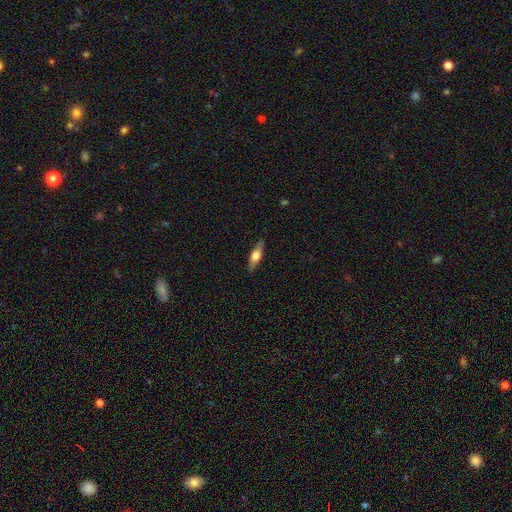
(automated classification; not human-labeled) featured or disk 50%, smooth 44%, star or artifact 6%. Down the decision tree: merging — none (86%).